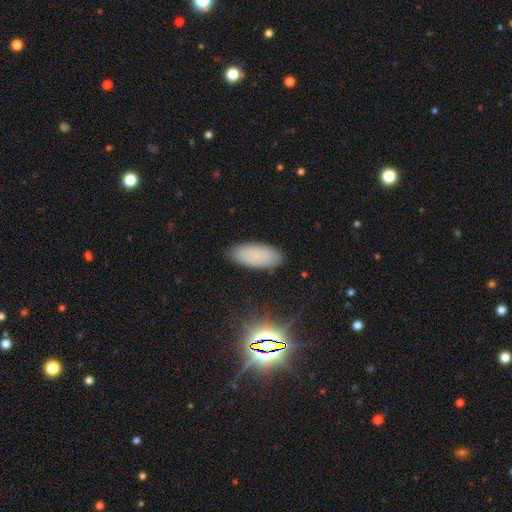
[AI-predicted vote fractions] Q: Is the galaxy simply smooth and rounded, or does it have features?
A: smooth — 75%.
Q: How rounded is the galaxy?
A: in between — 87%.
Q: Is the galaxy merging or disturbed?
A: none — 87%.